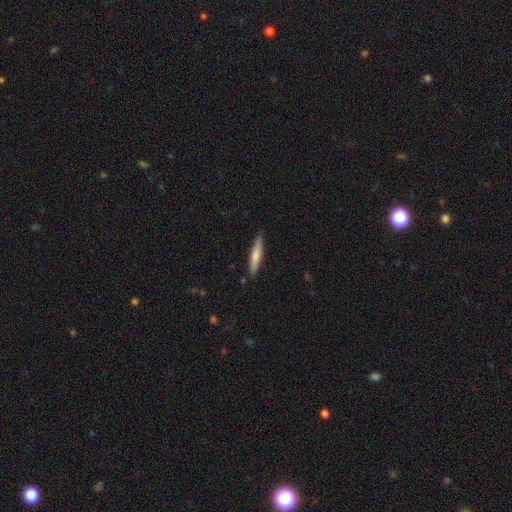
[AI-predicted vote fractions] Smooth or featured? Predicted: smooth (p=0.69). How rounded? Predicted: cigar-shaped (p=0.88). Merging? Predicted: none (p=0.87).